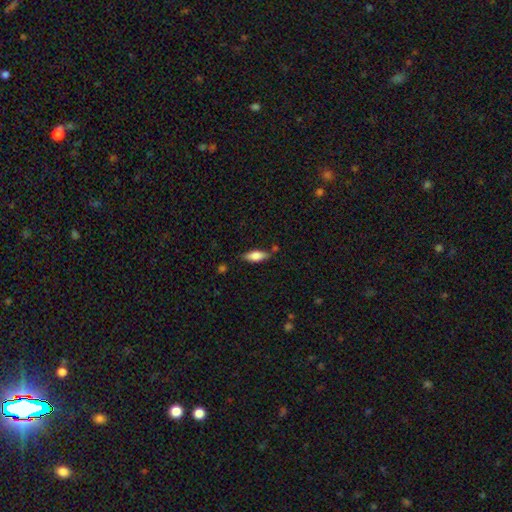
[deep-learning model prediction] A smooth galaxy with no disk features (75%) that is in between round and cigar-shaped (70%). Merging: none (71%).